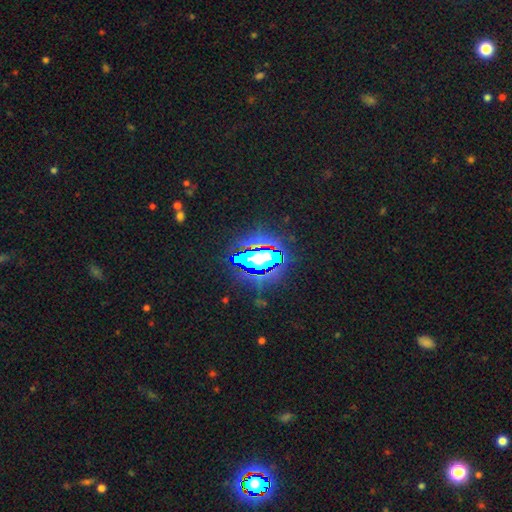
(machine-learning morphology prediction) Smooth or featured? star or artifact (81%)